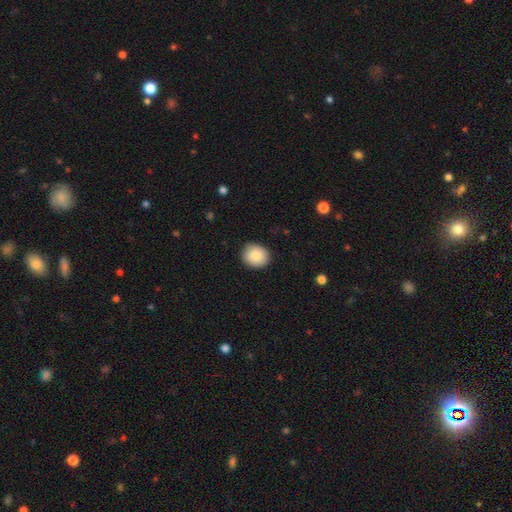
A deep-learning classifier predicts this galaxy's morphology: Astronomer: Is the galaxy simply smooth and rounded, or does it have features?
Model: smooth — 86%.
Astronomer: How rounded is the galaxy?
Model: round — 72%.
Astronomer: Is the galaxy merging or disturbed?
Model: none — 89%.